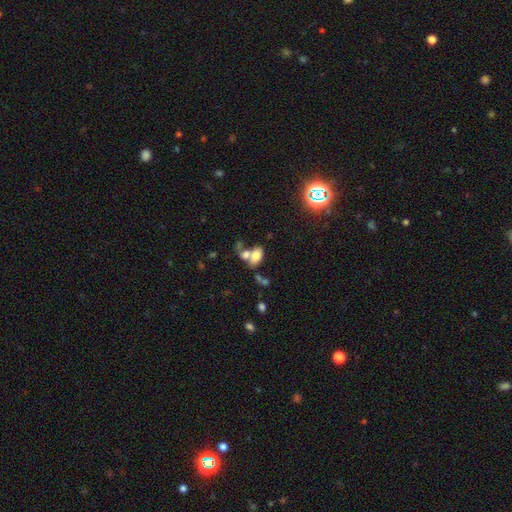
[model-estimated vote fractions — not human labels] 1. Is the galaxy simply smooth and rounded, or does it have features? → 71% smooth, 18% featured or disk, 11% star or artifact.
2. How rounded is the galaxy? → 89% in between, 8% round, 3% cigar-shaped.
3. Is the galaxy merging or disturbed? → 54% merger, 30% none, 10% minor disturbance, 7% major disturbance.